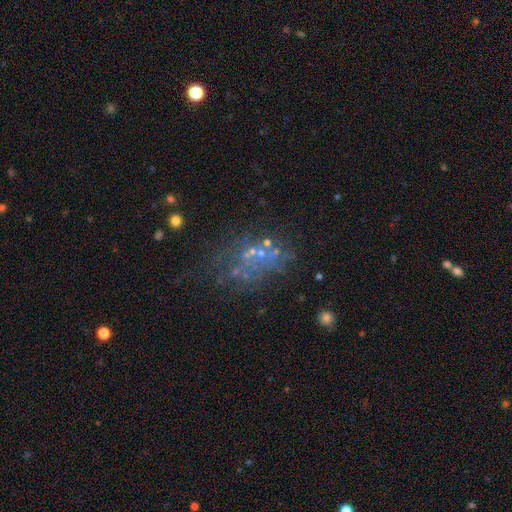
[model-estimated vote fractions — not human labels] Smooth or featured?
  - featured or disk: 41% *
  - star or artifact: 35%
  - smooth: 24%
Merging?
  - none: 49% *
  - major disturbance: 22%
  - minor disturbance: 15%
  - merger: 14%